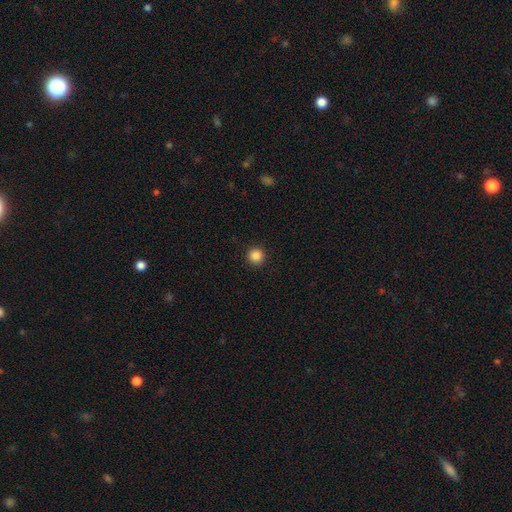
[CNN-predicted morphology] Overall: smooth (86%). How rounded: round (95%). Merging: none (93%).